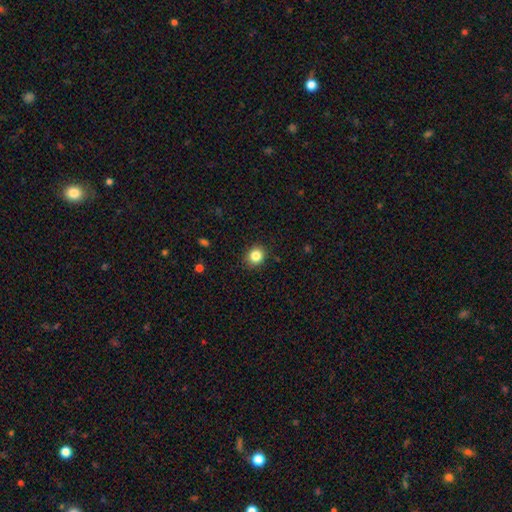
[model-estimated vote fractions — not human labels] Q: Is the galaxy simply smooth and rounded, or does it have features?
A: smooth — 84%.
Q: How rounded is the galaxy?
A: round — 80%.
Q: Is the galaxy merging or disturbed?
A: none — 89%.